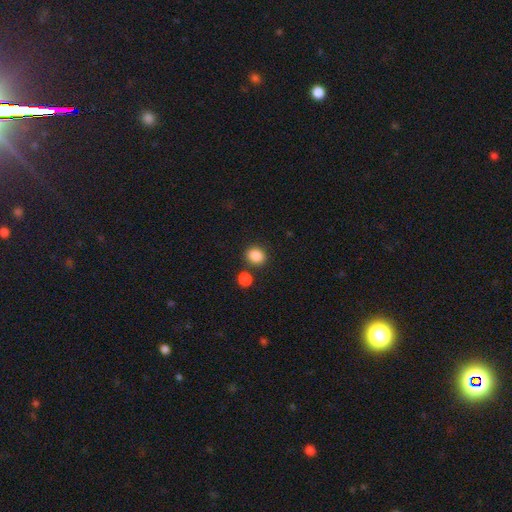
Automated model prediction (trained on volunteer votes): Overall: smooth (87%). How rounded: round (64%; in between 35%). Merging: none (77%).